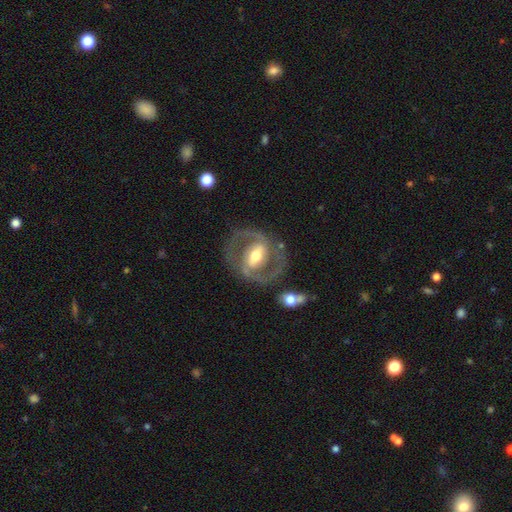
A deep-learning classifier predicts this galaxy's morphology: Smooth or featured? Predicted: featured or disk (p=0.85). Edge-on disk? Predicted: no (p=0.96). Bar? Predicted: strong (p=0.50). Spiral arms? Predicted: yes (p=0.87). Spiral winding? Predicted: medium (p=0.55). Spiral arm count? Predicted: 2 (p=0.89). Bulge size? Predicted: moderate (p=0.65). Merging? Predicted: none (p=0.76).